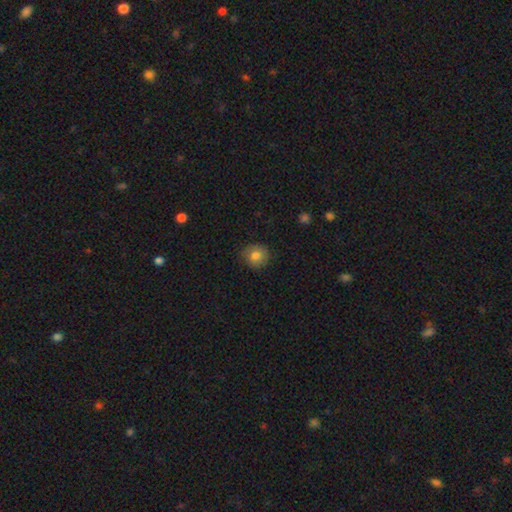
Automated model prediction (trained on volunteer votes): smooth-or-featured: smooth: 80% | featured or disk: 11% | star or artifact: 9%
  how-rounded: round: 87% | in between: 12% | cigar-shaped: 1%
  merging: none: 82% | minor disturbance: 15% | major disturbance: 3% | merger: 1%